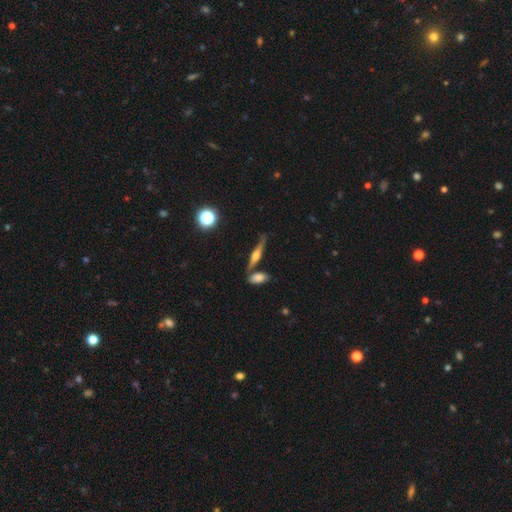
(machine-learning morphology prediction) A featured or disk galaxy (66%) viewed edge-on (93%) with a rounded central bulge (90%). Merging: none (69%).